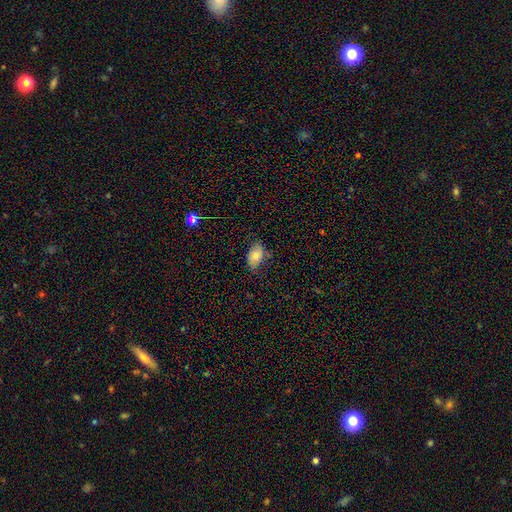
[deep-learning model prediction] smooth_or_featured: smooth (p=0.76) [alt: featured or disk p=0.16]
how_rounded: in between (p=0.90) [alt: round p=0.08]
merging: none (p=0.71) [alt: minor disturbance p=0.23]